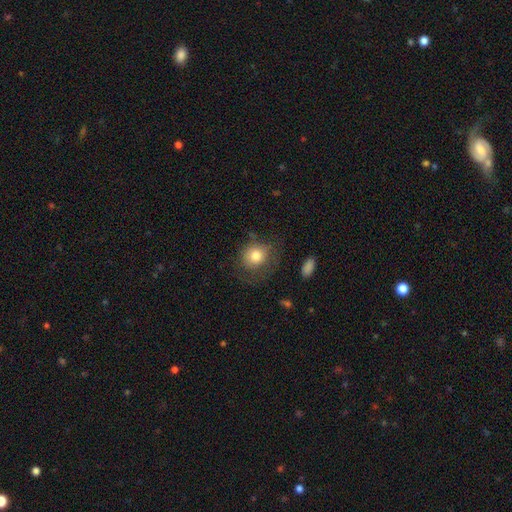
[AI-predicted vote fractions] This is likely a smooth galaxy (78%). How rounded: likely round (78%). Merging: possibly none (59%).